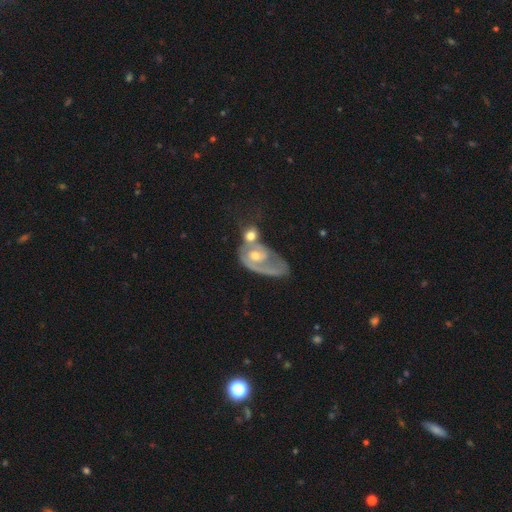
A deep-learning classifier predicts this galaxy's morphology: type=featured or disk (71%); edge-on=no (95%); bar=no (71%); spiral arms=yes (67%); bulge=moderate (56%); merging=merger (54%).